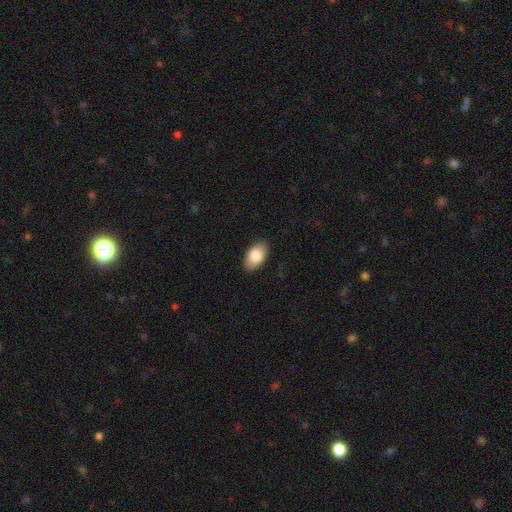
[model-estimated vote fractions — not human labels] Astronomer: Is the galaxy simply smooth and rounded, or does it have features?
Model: smooth — 83%.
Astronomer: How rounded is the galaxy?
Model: in between — 94%.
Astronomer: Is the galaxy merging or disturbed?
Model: none — 87%.